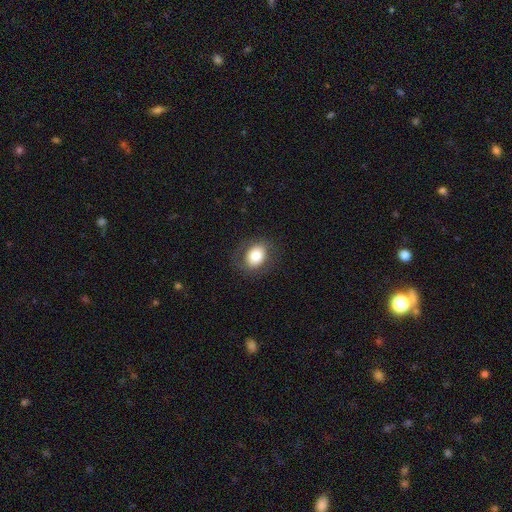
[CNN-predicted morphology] Overall: smooth (76%). How rounded: in between (59%; round 40%). Merging: none (81%).